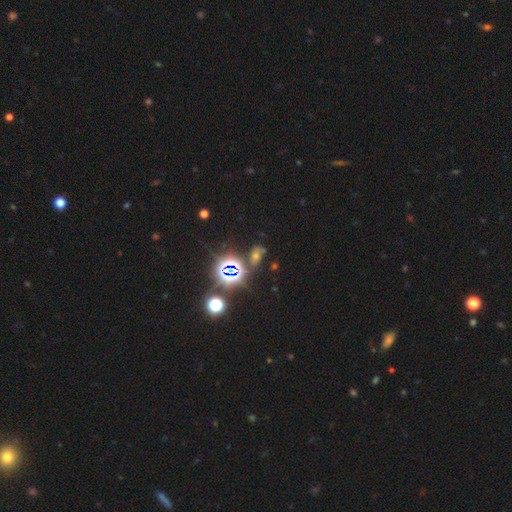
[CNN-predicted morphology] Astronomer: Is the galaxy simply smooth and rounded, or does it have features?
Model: star or artifact — 54% (runner-up: smooth, 32%).